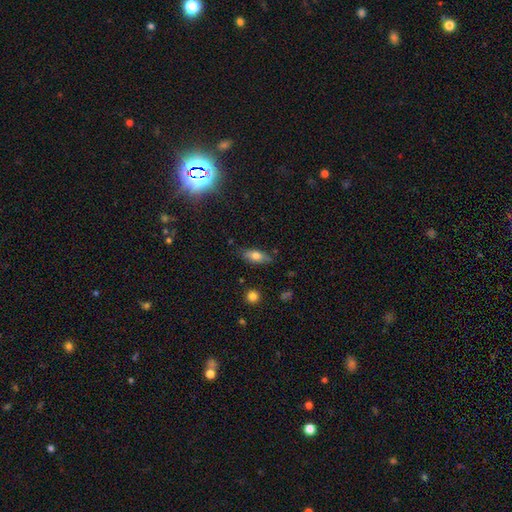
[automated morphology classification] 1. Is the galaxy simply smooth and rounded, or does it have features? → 71% smooth, 22% featured or disk, 8% star or artifact.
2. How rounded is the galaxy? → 74% in between, 23% cigar-shaped, 3% round.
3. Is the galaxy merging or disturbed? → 81% none, 14% minor disturbance, 3% major disturbance, 2% merger.